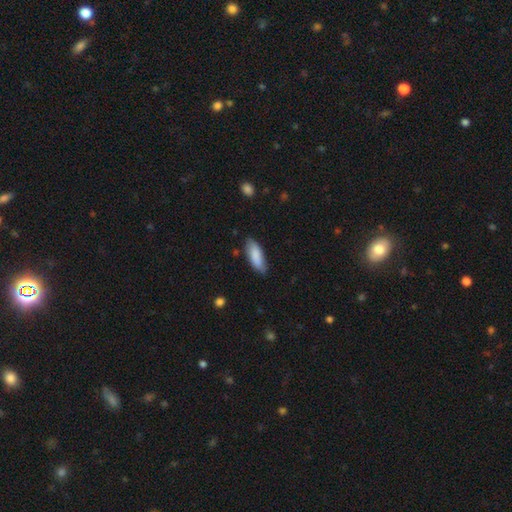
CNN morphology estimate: Q: Smooth or featured?
A: smooth (84%); runner-up: featured or disk (10%)
Q: How rounded?
A: in between (69%); runner-up: cigar-shaped (29%)
Q: Merging?
A: none (79%); runner-up: minor disturbance (16%)